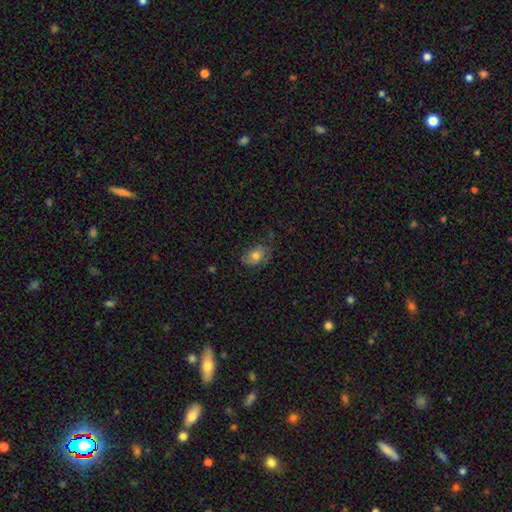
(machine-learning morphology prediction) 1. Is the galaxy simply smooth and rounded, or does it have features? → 68% smooth, 23% featured or disk, 10% star or artifact.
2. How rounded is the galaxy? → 76% in between, 23% round, 1% cigar-shaped.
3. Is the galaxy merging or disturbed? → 59% none, 27% minor disturbance, 12% major disturbance, 2% merger.